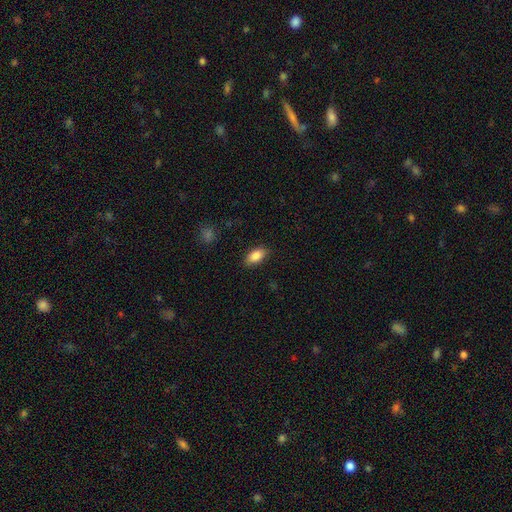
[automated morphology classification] A smooth galaxy with no disk features (86%) that is in between round and cigar-shaped (90%).

Vote fractions:
- Smooth or featured? smooth: 86% / star or artifact: 7% / featured or disk: 7%
- How rounded? in between: 90% / cigar-shaped: 5% / round: 4%
- Merging? none: 86% / minor disturbance: 11% / major disturbance: 3% / merger: 1%